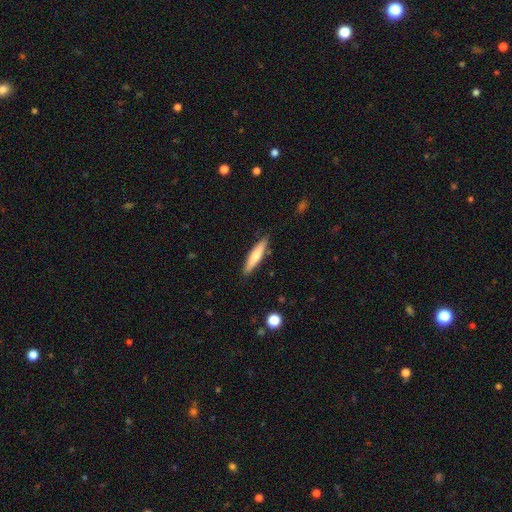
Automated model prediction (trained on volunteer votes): smooth 65%, featured or disk 29%, star or artifact 6%. Down the decision tree: how rounded — cigar-shaped (85%); merging — none (87%).